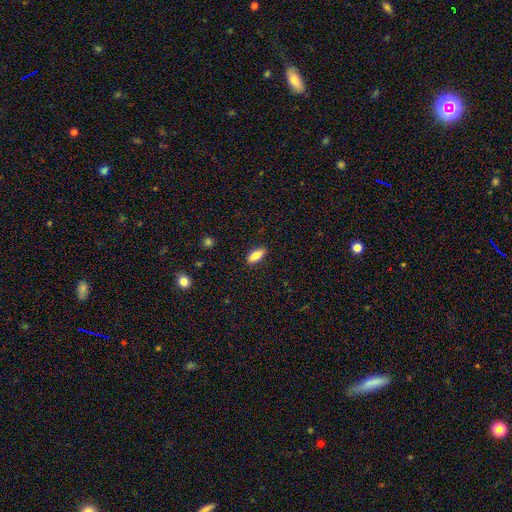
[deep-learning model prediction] This is likely a smooth galaxy (79%). How rounded: clearly in between (82%). Merging: clearly none (89%).